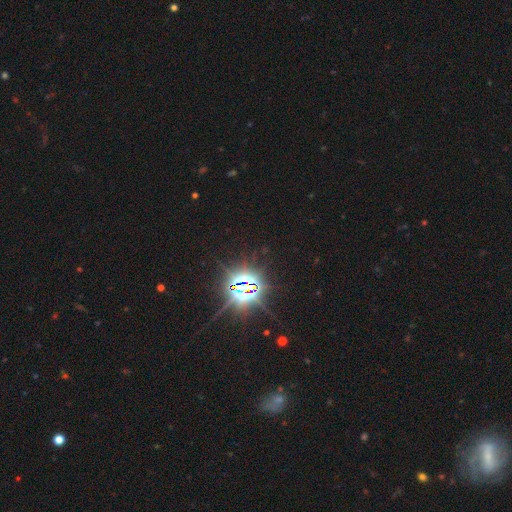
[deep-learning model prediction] Smooth or featured? star or artifact (85%)